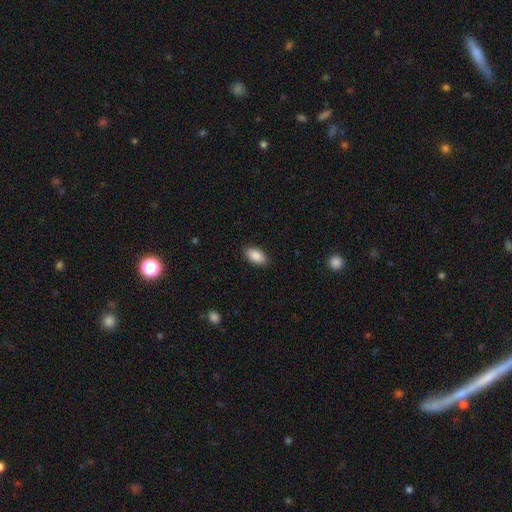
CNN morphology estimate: Q: Smooth or featured?
A: smooth (89%); runner-up: star or artifact (7%)
Q: How rounded?
A: in between (94%); runner-up: round (3%)
Q: Merging?
A: none (87%); runner-up: minor disturbance (9%)